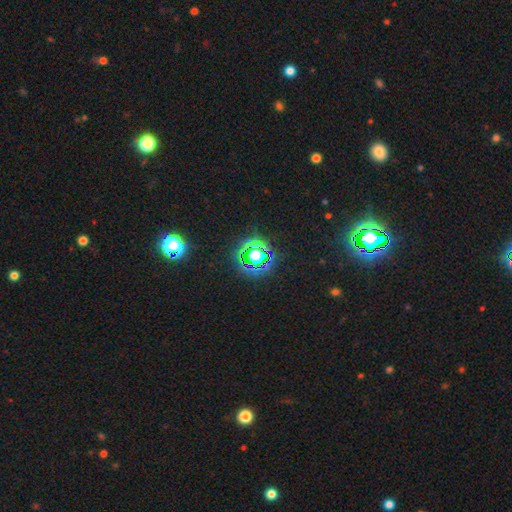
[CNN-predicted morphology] This is likely a star or artifact rather than a galaxy (64%).